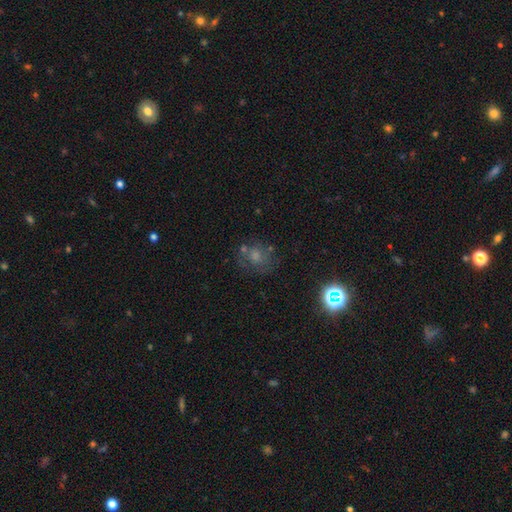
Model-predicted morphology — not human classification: smooth-or-featured: smooth: 34% | star or artifact: 33% | featured or disk: 33%
  merging: none: 64% | minor disturbance: 17% | major disturbance: 12% | merger: 8%